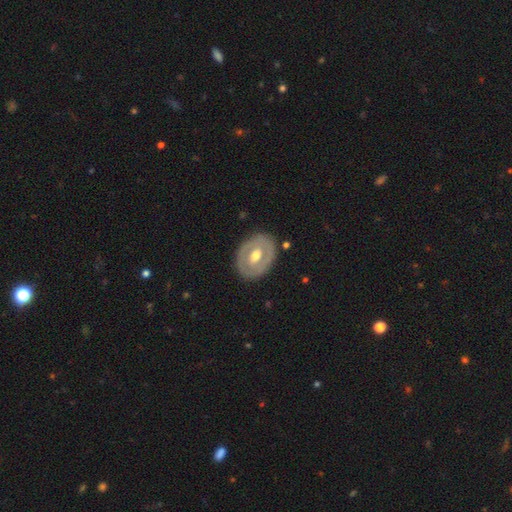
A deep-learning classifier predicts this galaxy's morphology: Q: Smooth or featured?
A: featured or disk (58%); runner-up: smooth (37%)
Q: Edge-on disk?
A: no (93%); runner-up: yes (7%)
Q: Bar?
A: no (56%); runner-up: weak (31%)
Q: Spiral arms?
A: no (85%); runner-up: yes (15%)
Q: Bulge size?
A: moderate (75%); runner-up: large (12%)
Q: Merging?
A: none (82%); runner-up: minor disturbance (12%)